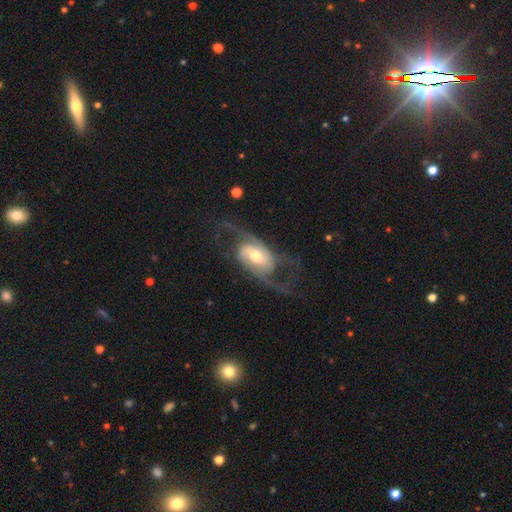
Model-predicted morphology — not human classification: Smooth or featured?
  - featured or disk: 85% *
  - smooth: 10%
  - star or artifact: 5%
Edge-on disk?
  - no: 95% *
  - yes: 5%
Bar?
  - no: 49% *
  - weak: 36%
  - strong: 14%
Spiral arms?
  - yes: 94% *
  - no: 6%
Spiral winding?
  - loose: 48% *
  - medium: 39%
  - tight: 13%
Spiral arm count?
  - 2: 82% *
  - can't tell: 6%
  - 3: 5%
  - 1: 3%
  - 4: 2%
  - more than 4: 2%
Bulge size?
  - moderate: 67% *
  - large: 19%
  - small: 11%
  - dominant: 2%
  - none: 1%
Merging?
  - none: 56% *
  - major disturbance: 26%
  - minor disturbance: 16%
  - merger: 2%